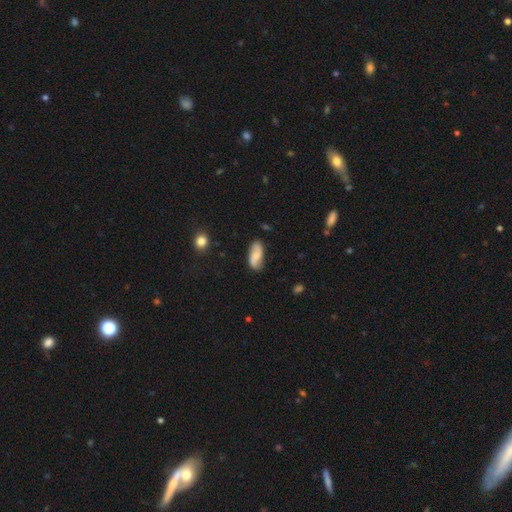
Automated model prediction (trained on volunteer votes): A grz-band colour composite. It shows a smooth galaxy with no disk features (52%) that is in between round and cigar-shaped (84%). Merging: none (77%).